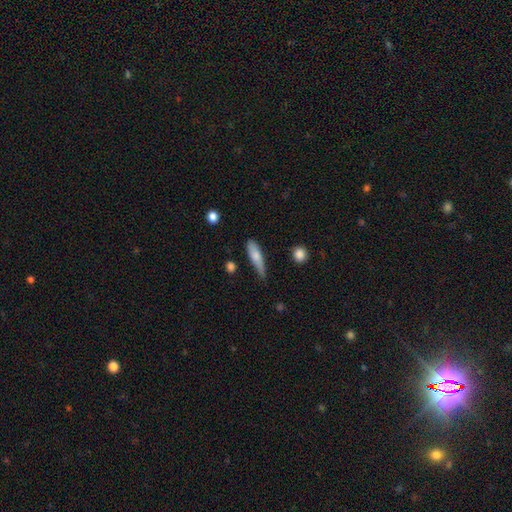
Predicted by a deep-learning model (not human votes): This appears to be a smooth galaxy with no disk features (74%) that is cigar-shaped (62%). Merging: none (51%).